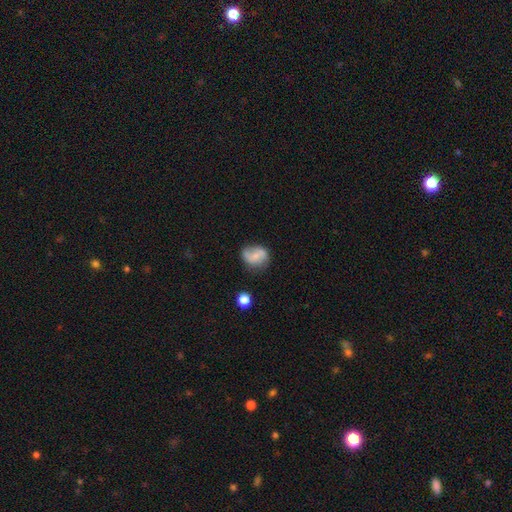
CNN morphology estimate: The model was most divided on "smooth or featured": featured or disk: 46%, smooth: 45%, star or artifact: 9%. More confident: merging — none (62%).